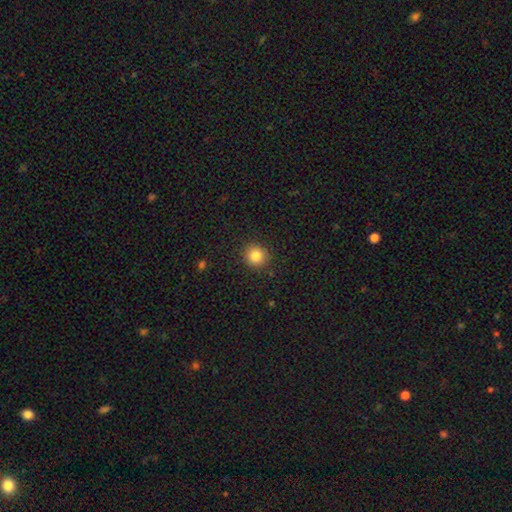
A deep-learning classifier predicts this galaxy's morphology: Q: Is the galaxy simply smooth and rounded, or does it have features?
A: smooth — 84%.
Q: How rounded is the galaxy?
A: round — 91%.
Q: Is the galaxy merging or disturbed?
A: none — 91%.